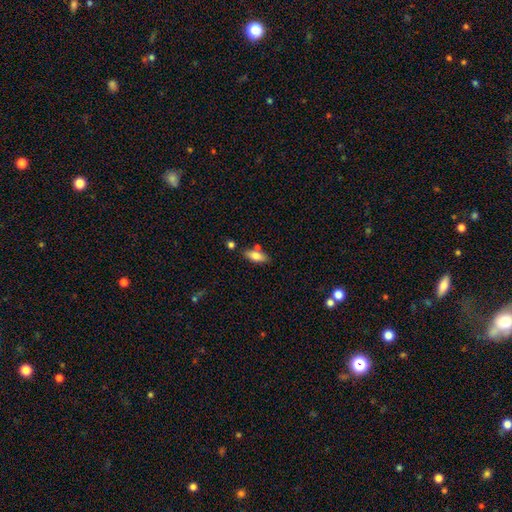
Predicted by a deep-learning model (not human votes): A smooth galaxy with no disk features (74%) that is in between round and cigar-shaped (72%).

Vote fractions:
- Smooth or featured? smooth: 74% / featured or disk: 19% / star or artifact: 7%
- How rounded? in between: 72% / cigar-shaped: 25% / round: 3%
- Merging? none: 72% / minor disturbance: 14% / merger: 11% / major disturbance: 3%